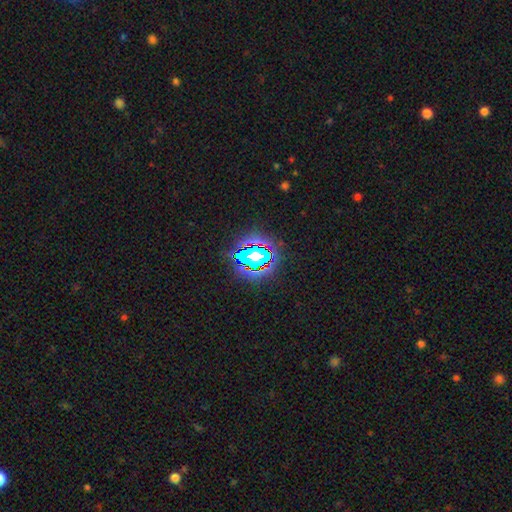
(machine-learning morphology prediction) Smooth or featured? Predicted: star or artifact (p=0.60).